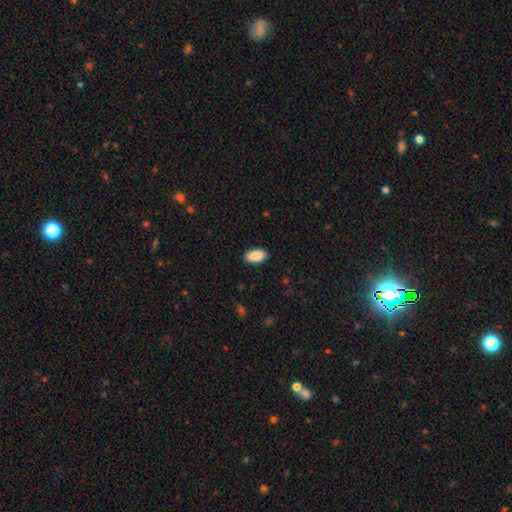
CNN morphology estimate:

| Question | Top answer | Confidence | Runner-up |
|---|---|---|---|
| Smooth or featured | smooth | 90% | star or artifact (6%) |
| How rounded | in between | 95% | cigar-shaped (3%) |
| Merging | none | 90% | minor disturbance (7%) |